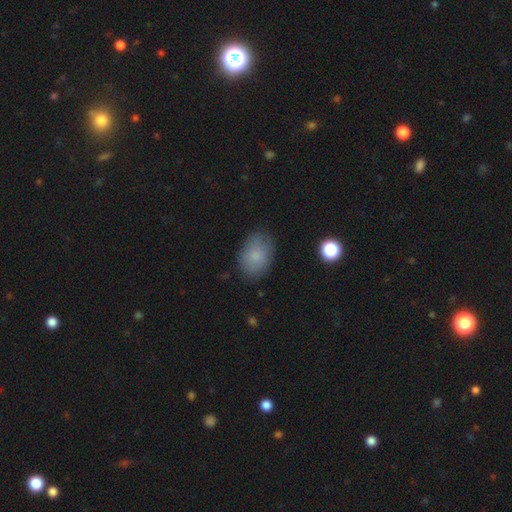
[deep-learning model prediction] smooth_or_featured: smooth (p=0.82) [alt: featured or disk p=0.10]
how_rounded: in between (p=0.81) [alt: round p=0.18]
merging: none (p=0.79) [alt: minor disturbance p=0.16]